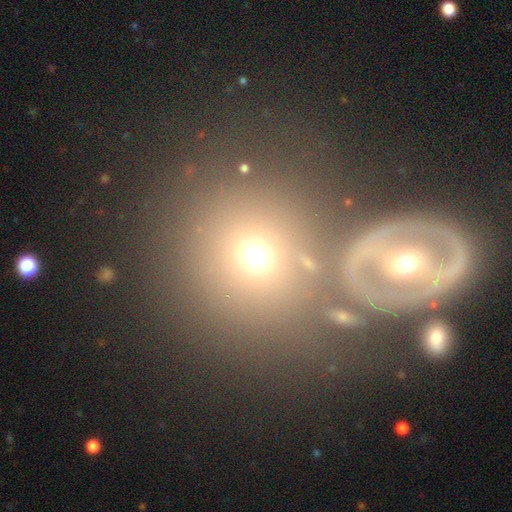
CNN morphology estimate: Q: Smooth or featured?
A: smooth (61%); runner-up: featured or disk (27%)
Q: How rounded?
A: round (83%); runner-up: in between (16%)
Q: Merging?
A: none (52%); runner-up: merger (29%)